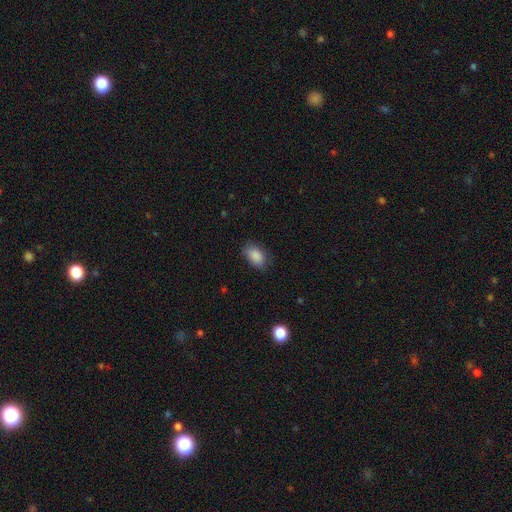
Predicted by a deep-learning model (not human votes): This appears to be a smooth galaxy with no disk features (88%) that is in between round and cigar-shaped (91%). Merging: none (80%).